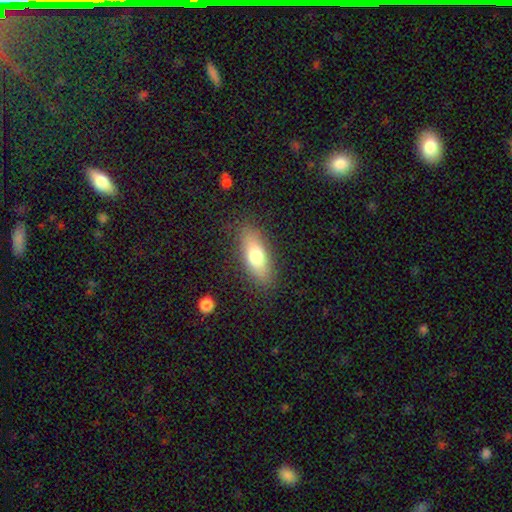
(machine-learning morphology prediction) Overall: smooth (72%). How rounded: in between (73%). Merging: none (85%).